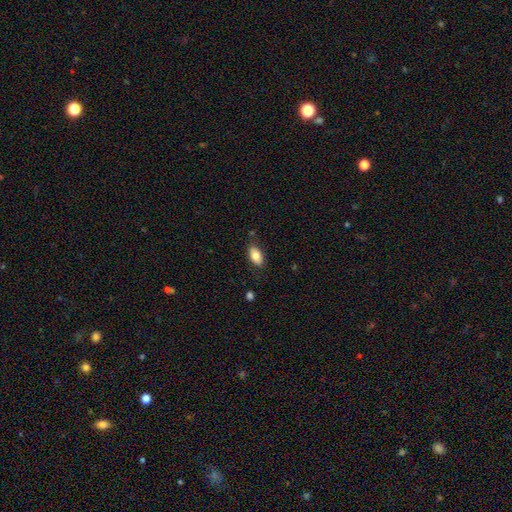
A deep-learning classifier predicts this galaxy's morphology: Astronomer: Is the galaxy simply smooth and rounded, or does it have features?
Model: smooth — 82%.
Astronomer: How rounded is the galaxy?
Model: in between — 91%.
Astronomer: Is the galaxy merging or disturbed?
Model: none — 82%.